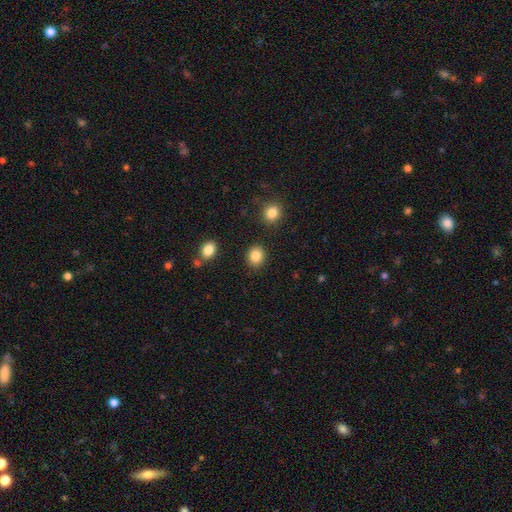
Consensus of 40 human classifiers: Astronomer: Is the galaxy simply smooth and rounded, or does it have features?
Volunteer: smooth — 82%.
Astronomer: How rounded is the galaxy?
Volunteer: round — 70%.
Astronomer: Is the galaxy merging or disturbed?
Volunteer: none — 95%.